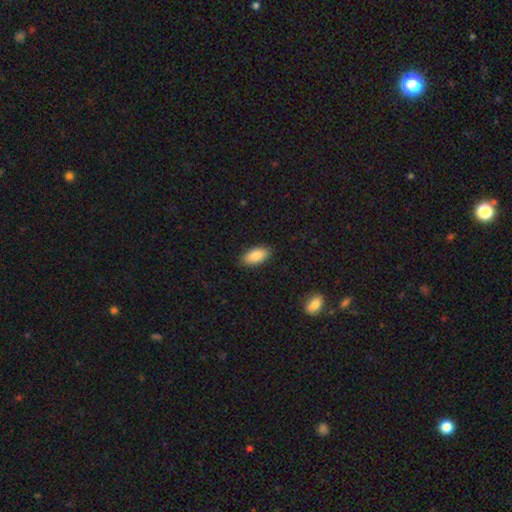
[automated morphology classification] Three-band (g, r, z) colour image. It shows a smooth galaxy with no disk features (86%) that is in between round and cigar-shaped (92%). Merging: none (88%).